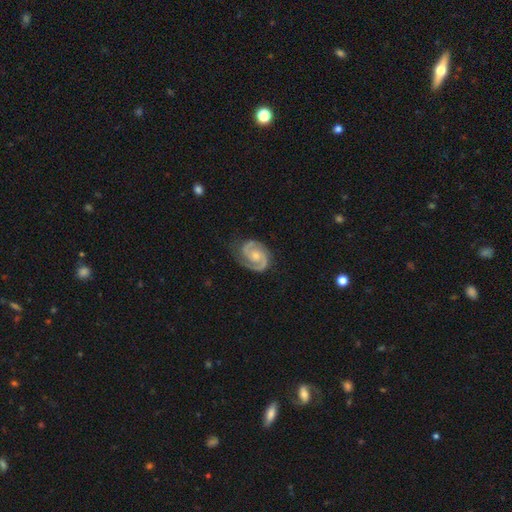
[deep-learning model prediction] Q: Smooth or featured?
A: featured or disk (91%); runner-up: smooth (5%)
Q: Edge-on disk?
A: no (98%); runner-up: yes (2%)
Q: Bar?
A: no (65%); runner-up: weak (29%)
Q: Spiral arms?
A: yes (98%); runner-up: no (2%)
Q: Spiral winding?
A: medium (48%); runner-up: tight (45%)
Q: Spiral arm count?
A: 2 (92%); runner-up: can't tell (2%)
Q: Bulge size?
A: moderate (47%); tied with: small (47%)
Q: Merging?
A: none (79%); runner-up: minor disturbance (16%)